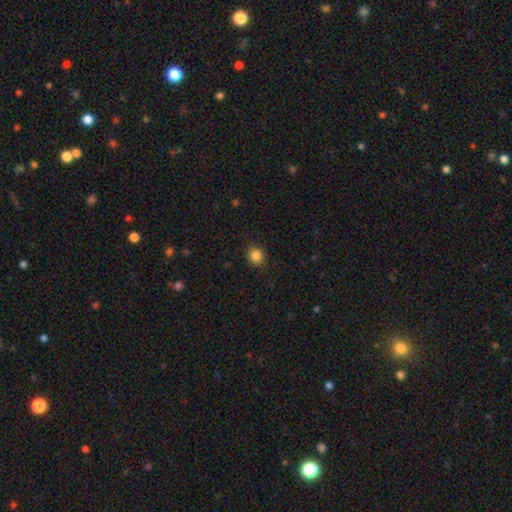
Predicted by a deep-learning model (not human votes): A smooth galaxy with no disk features (86%) that is round (83%). Merging: none (86%).